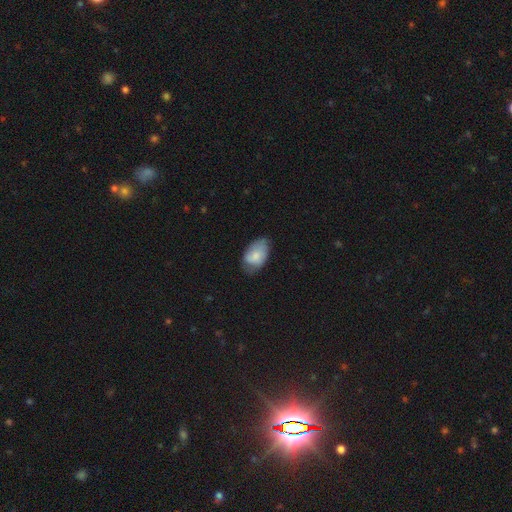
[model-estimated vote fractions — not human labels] Smooth or featured?
  - smooth: 72% *
  - featured or disk: 21%
  - star or artifact: 6%
How rounded?
  - in between: 92% *
  - round: 6%
  - cigar-shaped: 1%
Merging?
  - none: 53% *
  - minor disturbance: 37%
  - major disturbance: 9%
  - merger: 1%